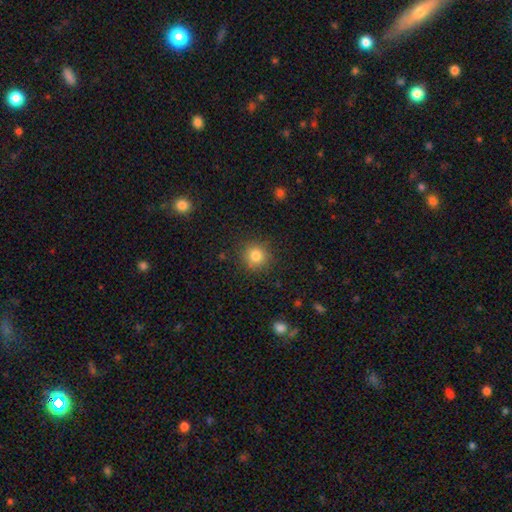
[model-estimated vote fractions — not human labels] smooth_or_featured: smooth (p=0.82) [alt: star or artifact p=0.12]
how_rounded: round (p=0.93) [alt: in between p=0.06]
merging: none (p=0.88) [alt: minor disturbance p=0.08]